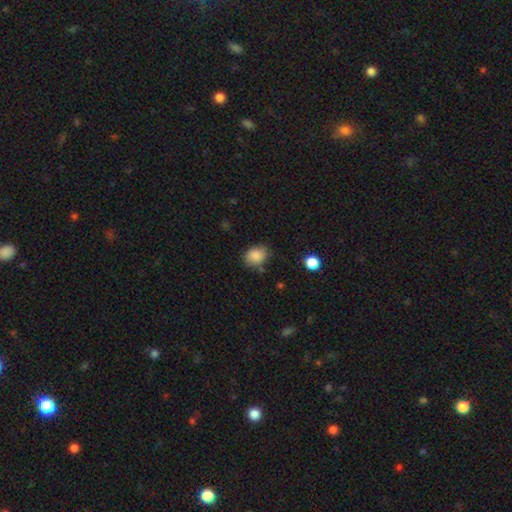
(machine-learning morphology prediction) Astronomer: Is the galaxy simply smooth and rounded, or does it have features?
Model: smooth — 86%.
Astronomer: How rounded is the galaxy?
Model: in between — 59% (runner-up: round, 40%).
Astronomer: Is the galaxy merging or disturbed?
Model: none — 72%.